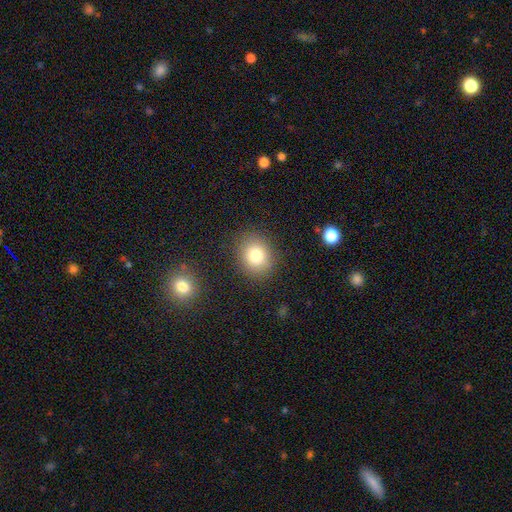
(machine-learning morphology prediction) Q: Smooth or featured?
A: smooth (80%); runner-up: star or artifact (11%)
Q: How rounded?
A: round (69%); runner-up: in between (30%)
Q: Merging?
A: none (86%); runner-up: minor disturbance (9%)